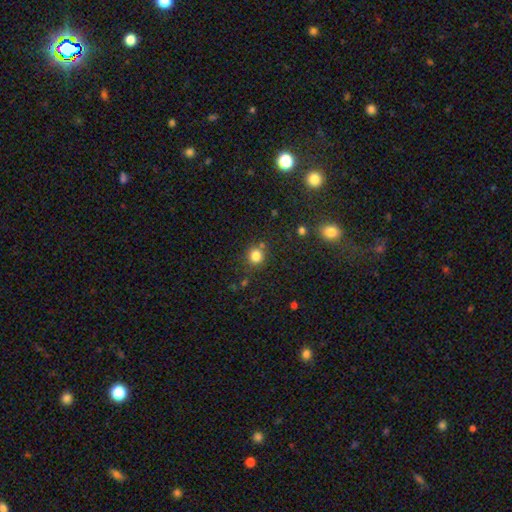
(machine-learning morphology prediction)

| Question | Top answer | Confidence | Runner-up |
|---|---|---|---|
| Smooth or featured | smooth | 82% | star or artifact (13%) |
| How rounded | round | 91% | in between (8%) |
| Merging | none | 80% | minor disturbance (10%) |